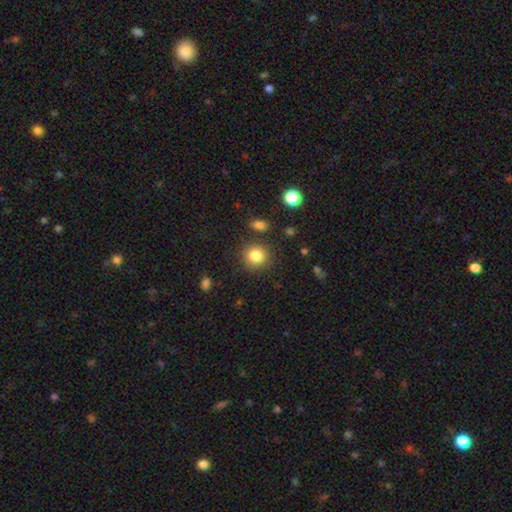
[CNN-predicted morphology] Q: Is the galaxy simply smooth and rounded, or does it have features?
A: smooth — 84%.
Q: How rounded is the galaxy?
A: round — 89%.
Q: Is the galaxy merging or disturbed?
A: none — 85%.